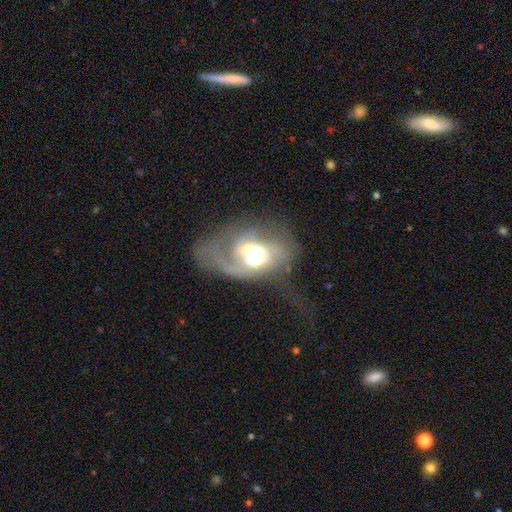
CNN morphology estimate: This appears to be a featured or disk galaxy (68%) with no bar (69%), spiral arms (68%) and a moderate central bulge (55%). Merging: merger (38%).